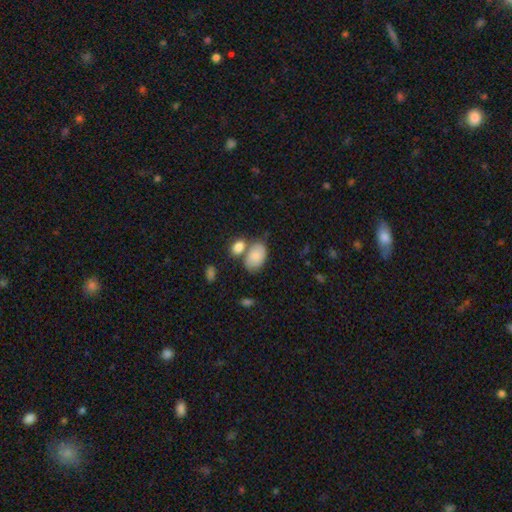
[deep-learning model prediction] This is likely a smooth galaxy (77%). How rounded: clearly in between (89%). Merging: possibly none (46%).